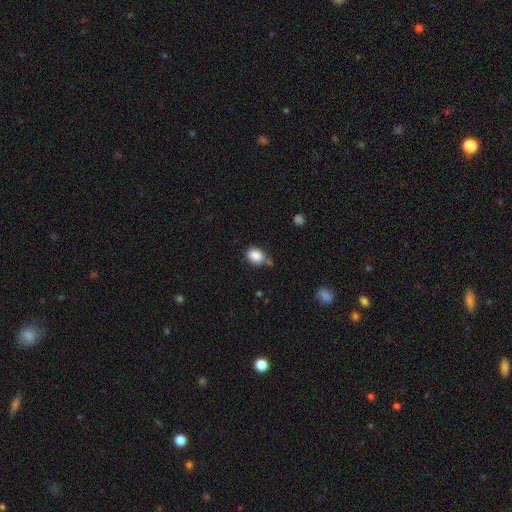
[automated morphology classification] Q: Smooth or featured?
A: smooth (86%); runner-up: star or artifact (9%)
Q: How rounded?
A: in between (63%); runner-up: round (36%)
Q: Merging?
A: none (61%); runner-up: minor disturbance (24%)